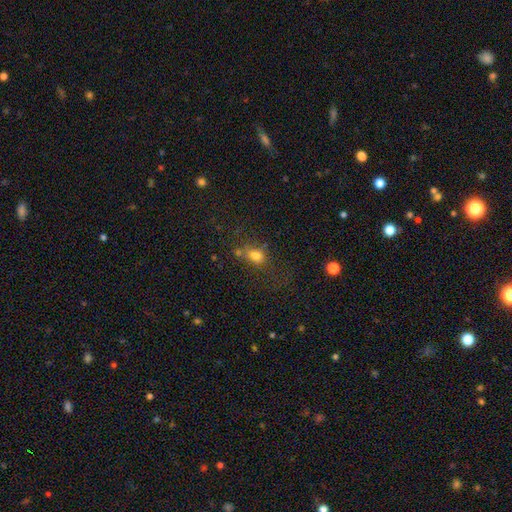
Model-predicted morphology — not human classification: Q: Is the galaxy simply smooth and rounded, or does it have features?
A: smooth — 69%.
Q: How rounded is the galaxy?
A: in between — 50%.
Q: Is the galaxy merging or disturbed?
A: none — 48%.